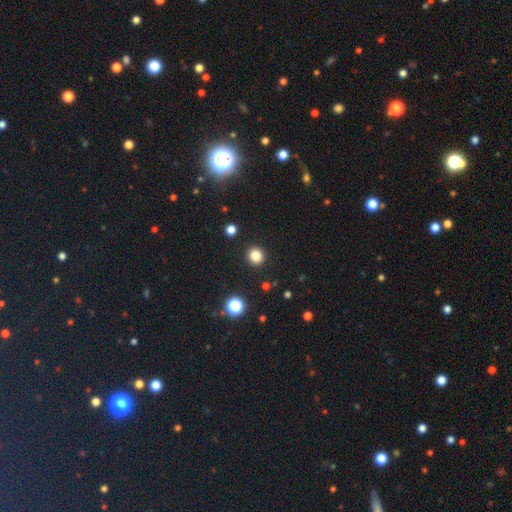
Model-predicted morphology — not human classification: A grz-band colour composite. It shows a smooth galaxy with no disk features (83%) that is round (90%). Merging: none (92%).